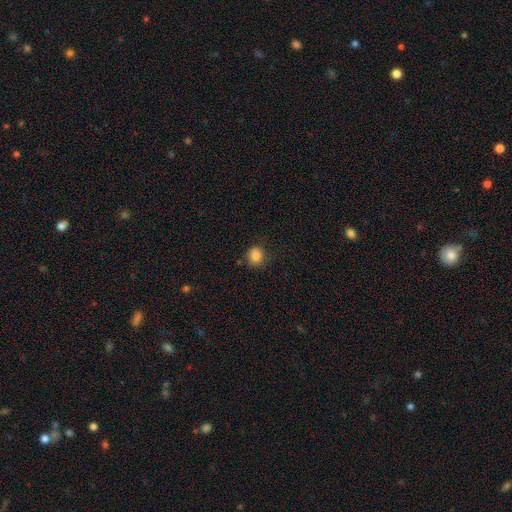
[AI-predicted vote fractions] A smooth galaxy with no disk features (85%) that is round (80%). Merging: none (81%).